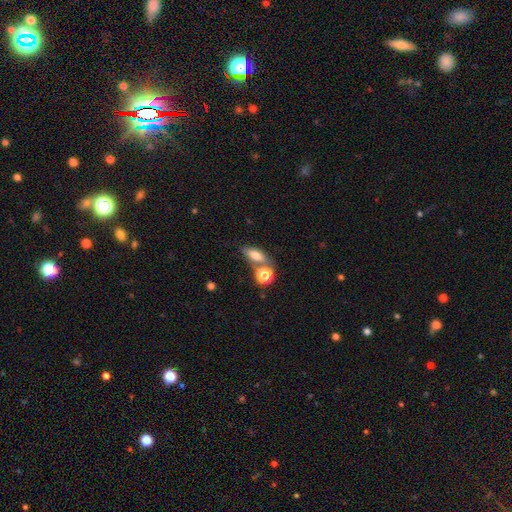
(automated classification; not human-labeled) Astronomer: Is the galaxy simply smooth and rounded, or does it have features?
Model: smooth — 71%.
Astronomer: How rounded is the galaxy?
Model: in between — 64%.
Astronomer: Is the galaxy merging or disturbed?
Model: none — 55%.